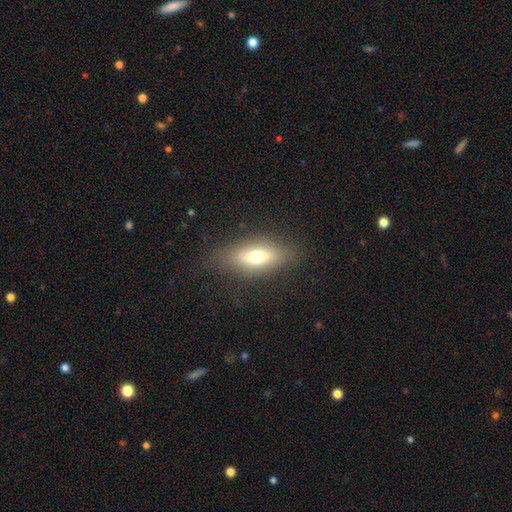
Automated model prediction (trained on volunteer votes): Overall: smooth (62%; featured or disk 29%). How rounded: in between (63%; cigar-shaped 33%). Merging: none (82%).